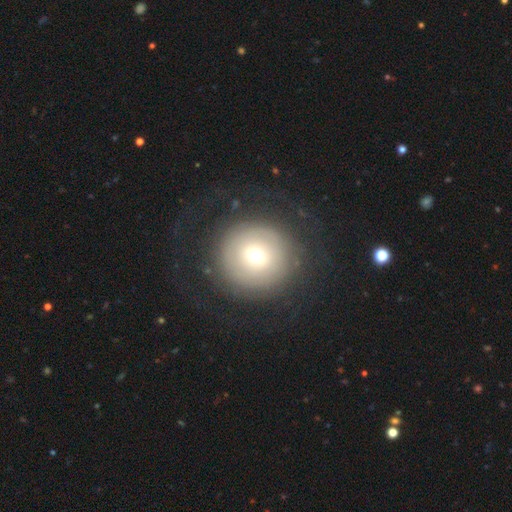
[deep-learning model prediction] A smooth galaxy with no disk features (58%) that is round (95%). Merging: none (77%).